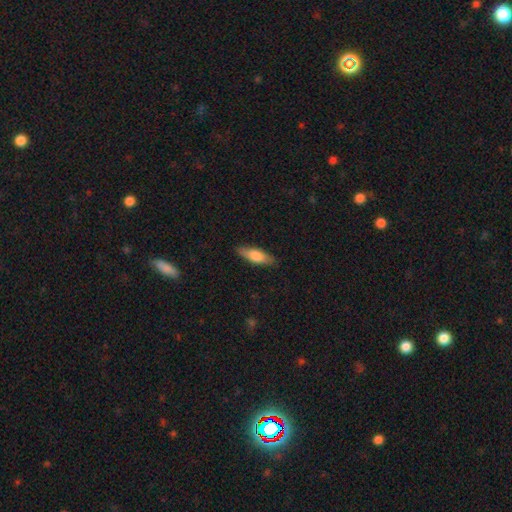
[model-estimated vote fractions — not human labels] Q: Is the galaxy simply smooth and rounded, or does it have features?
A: smooth — 74%.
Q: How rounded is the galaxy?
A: in between — 52%.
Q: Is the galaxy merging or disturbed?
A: none — 85%.